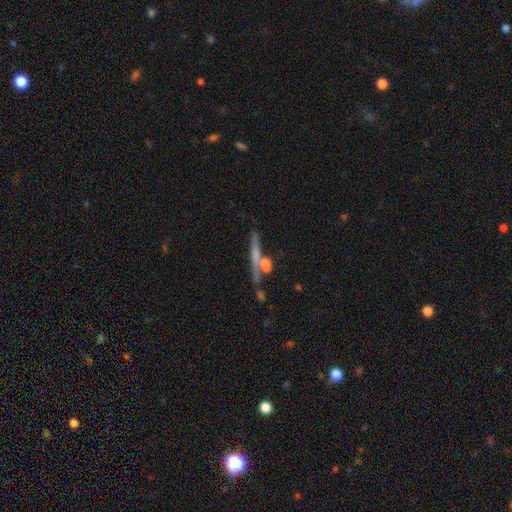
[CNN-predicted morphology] Smooth or featured? featured or disk (50%)
Edge-on disk? yes (82%)
Merging? none (50%)